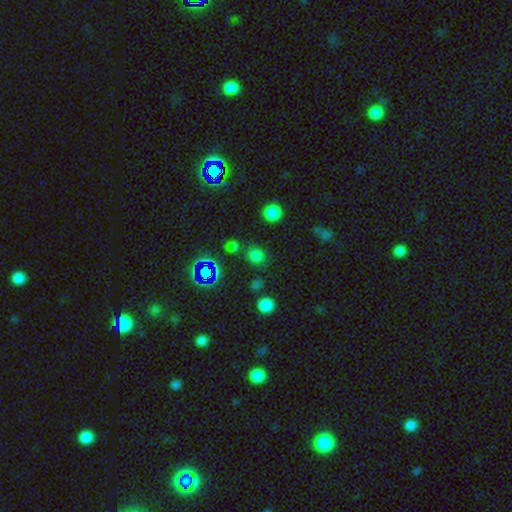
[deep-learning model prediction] Smooth or featured: smooth — 63% (star or artifact — 32%)
How rounded: round — 75% (in between — 24%)
Merging: none — 78% (minor disturbance — 11%)